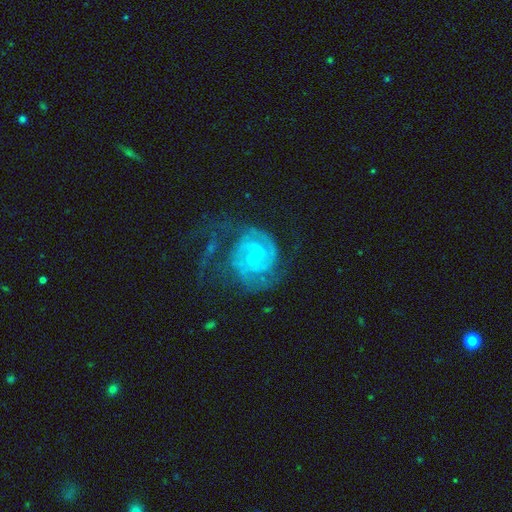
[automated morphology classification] The model was most divided on "spiral winding": tight: 59%, medium: 35%, loose: 7%. More confident: edge-on disk — no (98%); spiral arms — yes (98%); smooth or featured — featured or disk (90%); spiral arm count — 2 (73%); bulge size — small (61%); bar — weak (57%); merging — none (54%).